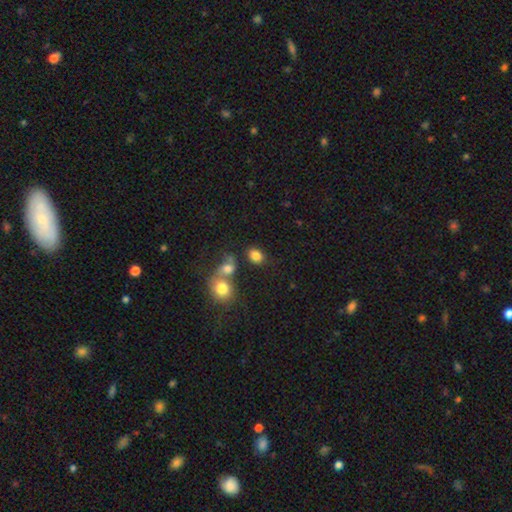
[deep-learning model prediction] Morphology: type=smooth (82%); roundness=in between (56%); merging=none (62%).